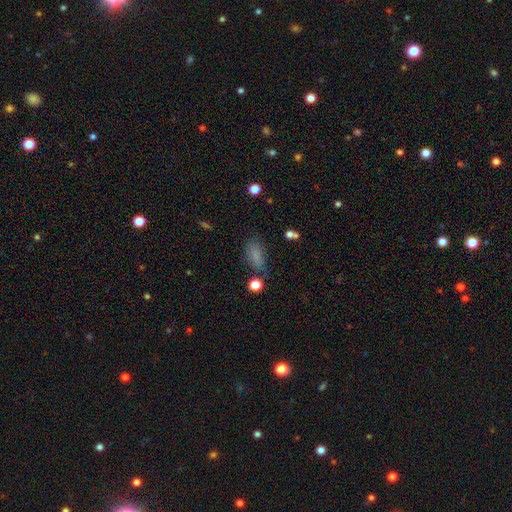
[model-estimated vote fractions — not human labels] Morphology: type=smooth (76%); roundness=in between (80%); merging=none (65%).